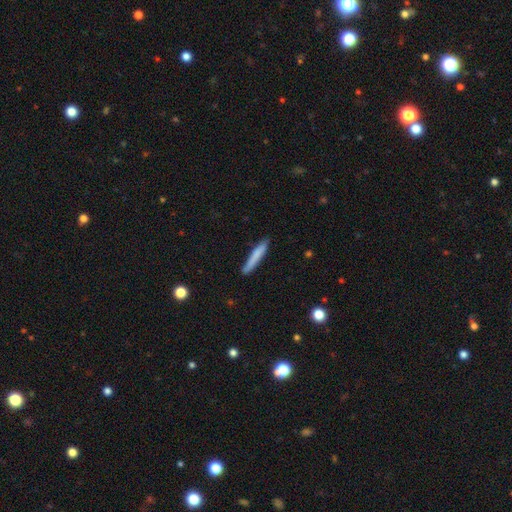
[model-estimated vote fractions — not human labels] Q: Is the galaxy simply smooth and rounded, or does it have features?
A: smooth — 75%.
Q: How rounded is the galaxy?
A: cigar-shaped — 95%.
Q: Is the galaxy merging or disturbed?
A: none — 84%.